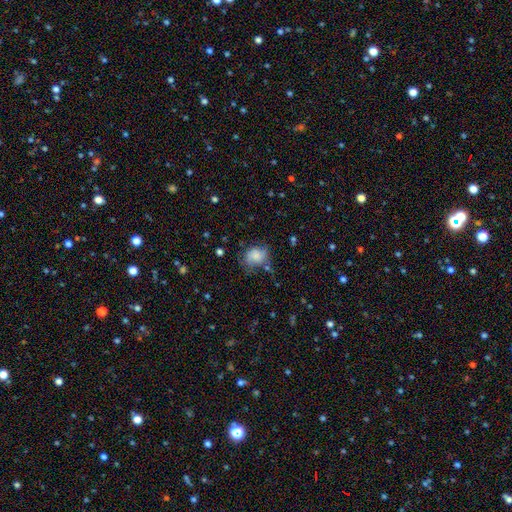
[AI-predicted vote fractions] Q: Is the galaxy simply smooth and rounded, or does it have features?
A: smooth — 68%.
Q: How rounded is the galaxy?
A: round — 59%.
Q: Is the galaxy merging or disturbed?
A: none — 48%.